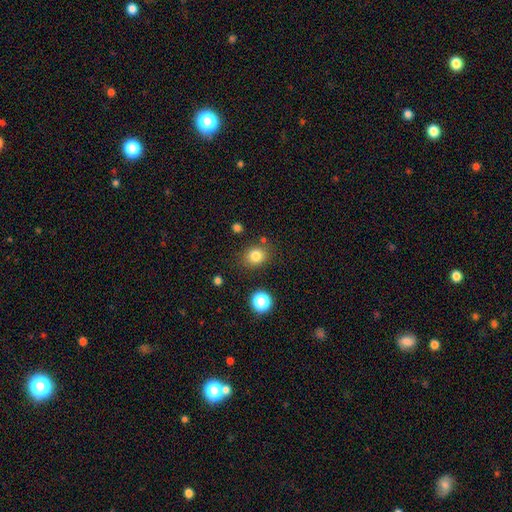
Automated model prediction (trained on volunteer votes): Q: Smooth or featured?
A: smooth (82%); runner-up: star or artifact (12%)
Q: How rounded?
A: round (61%); runner-up: in between (38%)
Q: Merging?
A: none (80%); runner-up: minor disturbance (12%)